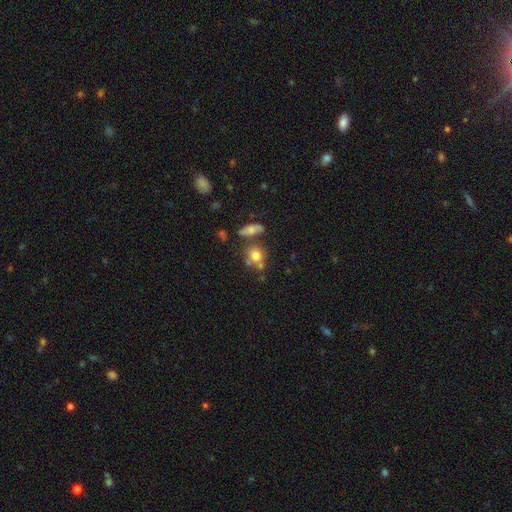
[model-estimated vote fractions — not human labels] Smooth or featured: smooth — 75% (featured or disk — 13%)
How rounded: round — 71% (in between — 26%)
Merging: none — 55% (merger — 25%)